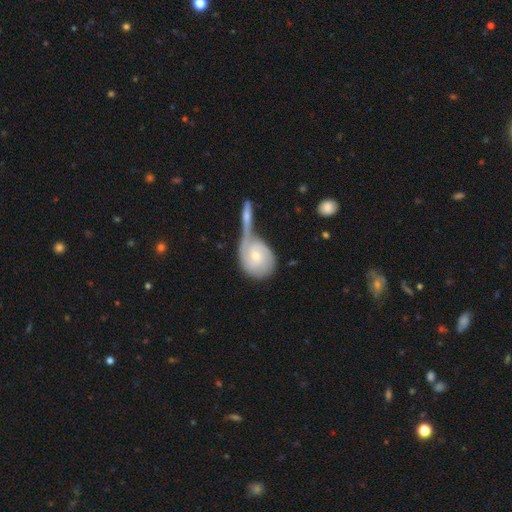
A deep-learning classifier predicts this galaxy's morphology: Smooth or featured? Predicted: featured or disk (p=0.63). Edge-on disk? Predicted: no (p=0.94). Bar? Predicted: no (p=0.68). Spiral arms? Predicted: yes (p=0.85). Spiral winding? Predicted: tight (p=0.55). Spiral arm count? Predicted: 2 (p=0.44). Bulge size? Predicted: small (p=0.57). Merging? Predicted: merger (p=0.54).